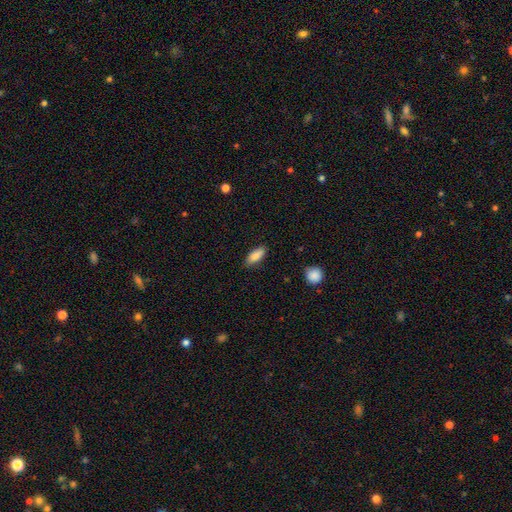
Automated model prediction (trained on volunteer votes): Smooth or featured? Predicted: smooth (p=0.85). How rounded? Predicted: in between (p=0.77). Merging? Predicted: none (p=0.83).